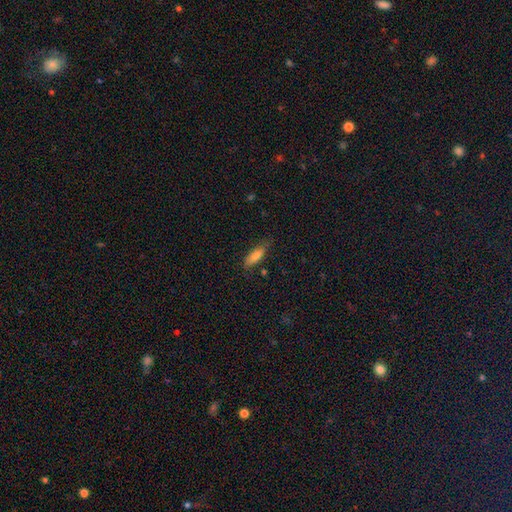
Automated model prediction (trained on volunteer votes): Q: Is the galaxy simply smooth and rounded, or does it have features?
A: smooth — 75%.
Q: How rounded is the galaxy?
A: in between — 49%, tied with cigar-shaped.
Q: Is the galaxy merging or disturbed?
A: none — 76%.